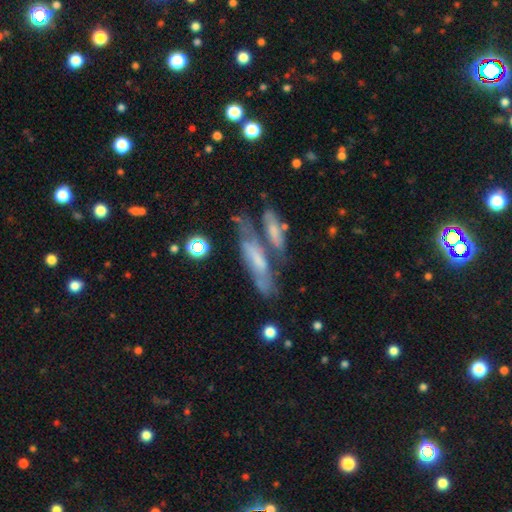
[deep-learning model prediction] The model was most divided on "merging" (2-way tie): merger: 37%, none: 37%, minor disturbance: 16%, major disturbance: 10%. More confident: edge-on disk — no (59%); smooth or featured — featured or disk (51%).